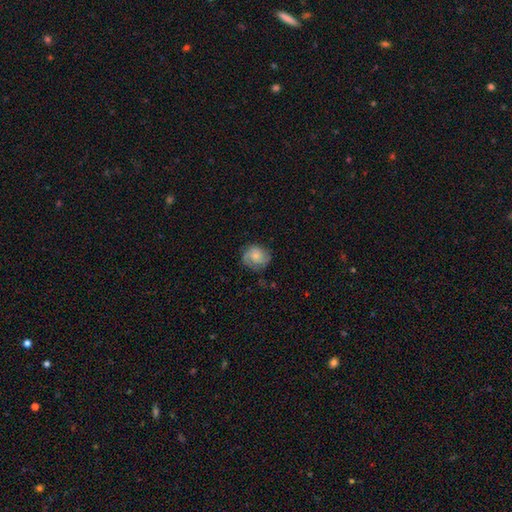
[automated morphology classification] Smooth or featured? featured or disk (47%)
Merging? none (70%)